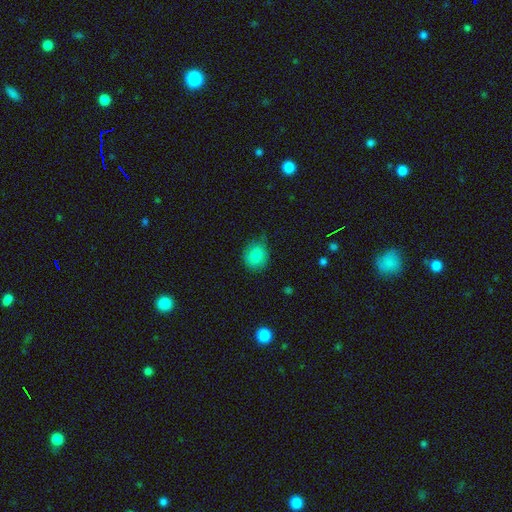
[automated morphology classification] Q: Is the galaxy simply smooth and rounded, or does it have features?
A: smooth — 84%.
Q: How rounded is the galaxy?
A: round — 79%.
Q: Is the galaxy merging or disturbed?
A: none — 71%.